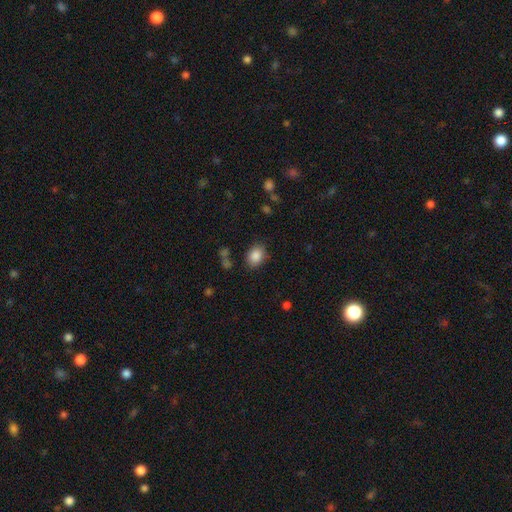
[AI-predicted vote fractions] This appears to be a smooth galaxy with no disk features (86%) that is in between round and cigar-shaped (64%). Merging: none (81%).